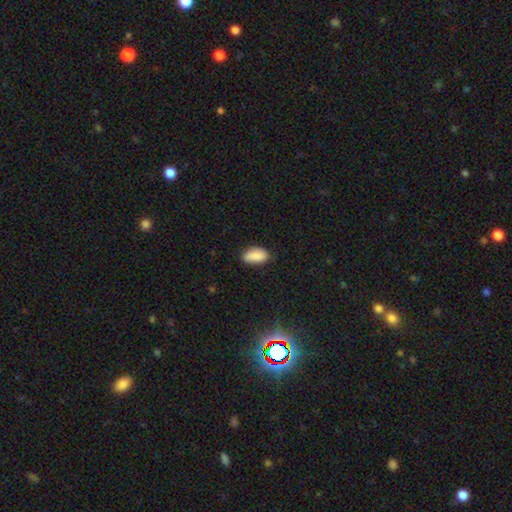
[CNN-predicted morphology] smooth 88%, star or artifact 7%, featured or disk 5%. Down the decision tree: how rounded — in between (93%); merging — none (74%).